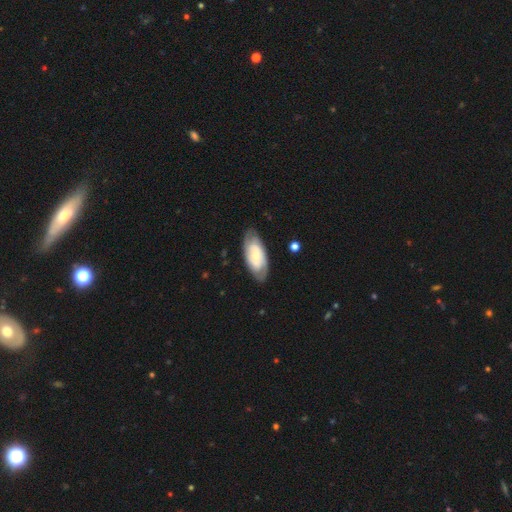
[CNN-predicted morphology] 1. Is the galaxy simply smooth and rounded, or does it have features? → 61% featured or disk, 34% smooth, 6% star or artifact.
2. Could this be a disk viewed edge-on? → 91% no, 9% yes.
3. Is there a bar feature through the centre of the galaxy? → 56% no, 32% weak, 12% strong.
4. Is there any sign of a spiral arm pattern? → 79% yes, 21% no.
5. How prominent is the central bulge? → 59% small, 32% moderate, 4% large, 3% none, 1% dominant.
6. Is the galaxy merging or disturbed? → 79% none, 15% minor disturbance, 4% major disturbance, 1% merger.